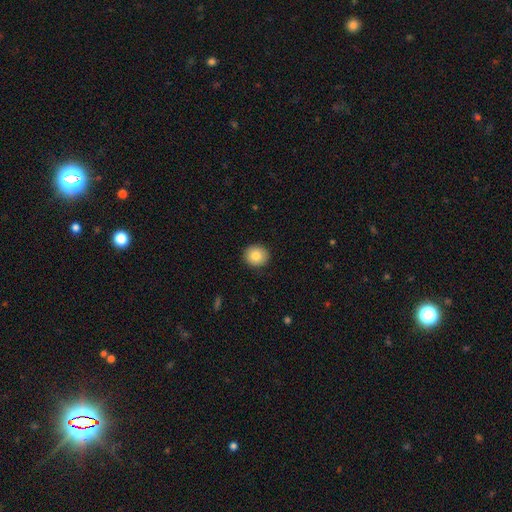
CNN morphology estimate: This appears to be a smooth galaxy with no disk features (83%) that is round (88%). Merging: none (91%).